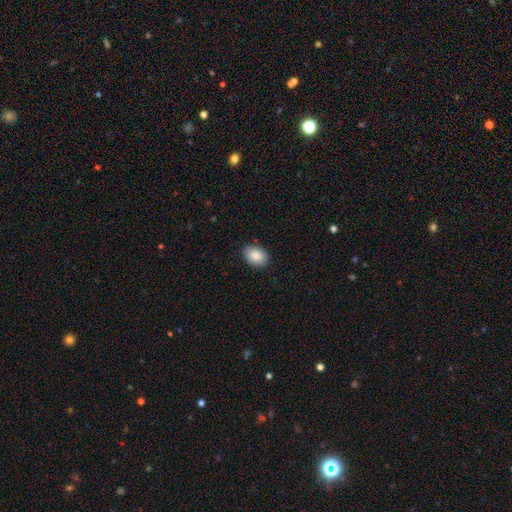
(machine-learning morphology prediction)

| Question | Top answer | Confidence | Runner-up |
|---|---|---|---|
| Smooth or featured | smooth | 87% | star or artifact (7%) |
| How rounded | in between | 79% | round (20%) |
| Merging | none | 88% | minor disturbance (9%) |